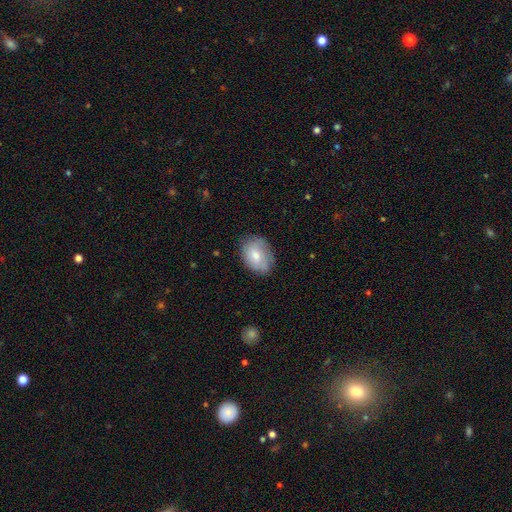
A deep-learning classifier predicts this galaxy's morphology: type=smooth (71%); roundness=in between (74%); merging=none (74%).